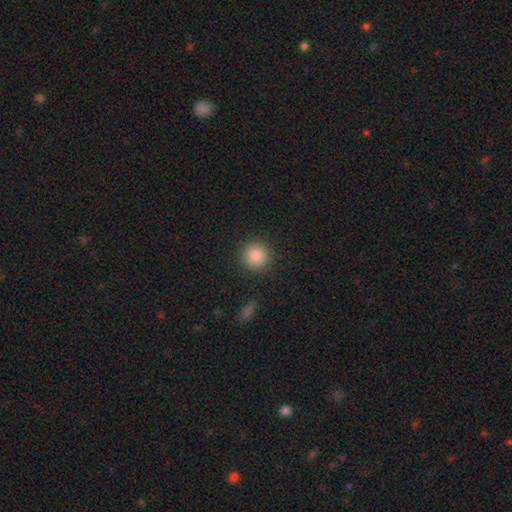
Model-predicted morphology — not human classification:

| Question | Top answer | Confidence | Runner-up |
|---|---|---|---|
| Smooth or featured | smooth | 87% | star or artifact (9%) |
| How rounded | round | 94% | in between (5%) |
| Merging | none | 91% | minor disturbance (6%) |